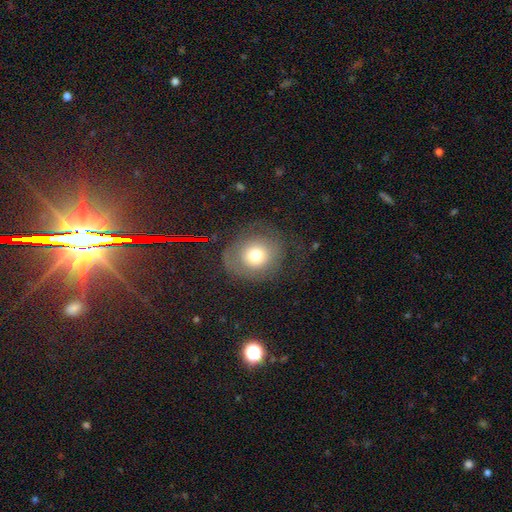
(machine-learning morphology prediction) type=smooth (63%); roundness=round (84%); merging=none (62%).